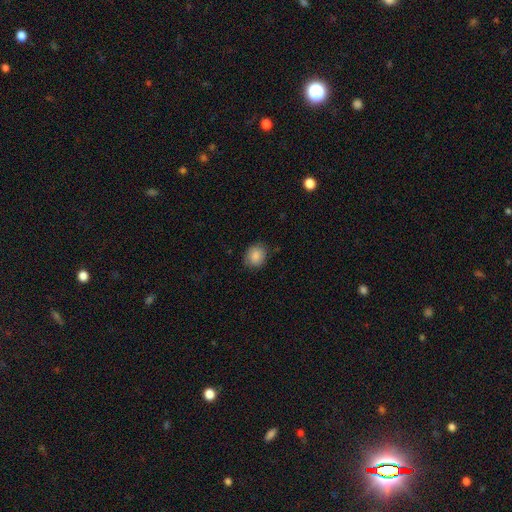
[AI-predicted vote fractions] The model was most divided on "how rounded": round: 71%, in between: 28%, cigar-shaped: 1%. More confident: smooth or featured — smooth (87%); merging — none (82%).